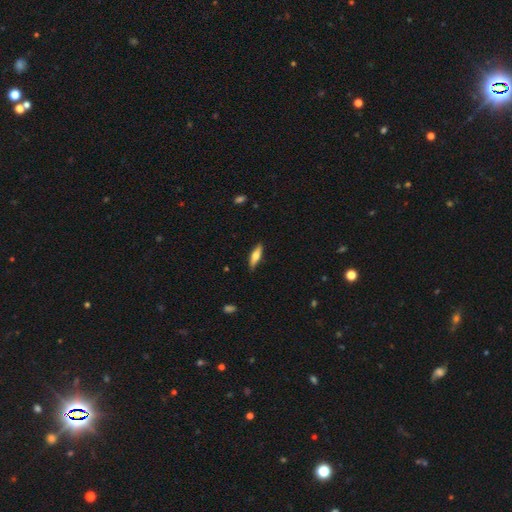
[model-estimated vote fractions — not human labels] Overall: smooth (54%; featured or disk 40%). How rounded: cigar-shaped (59%; in between 39%). Merging: none (85%).